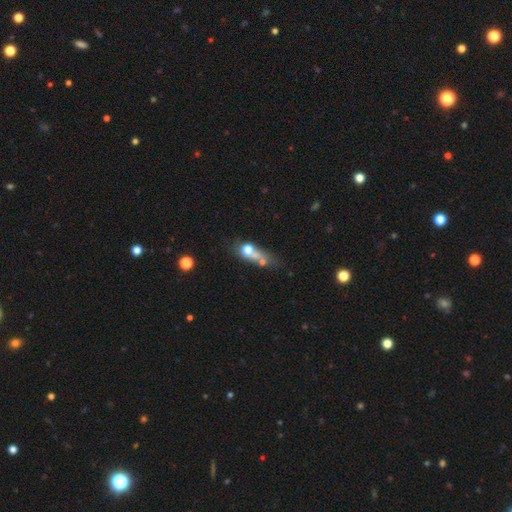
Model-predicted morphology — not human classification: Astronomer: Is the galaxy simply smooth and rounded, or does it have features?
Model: smooth — 56%.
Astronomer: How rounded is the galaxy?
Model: round — 47% (runner-up: in between, 36%).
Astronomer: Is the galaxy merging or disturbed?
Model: merger — 45% (runner-up: none, 32%).